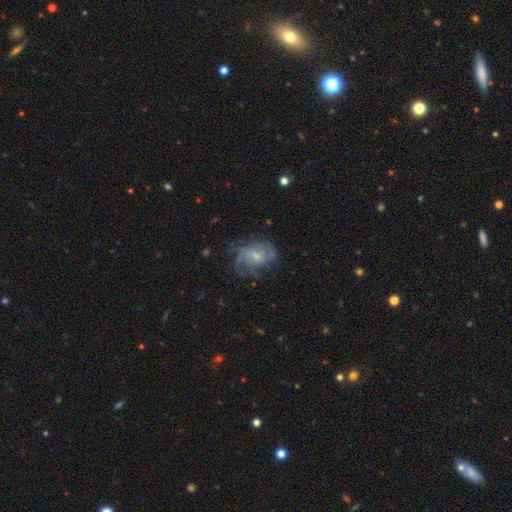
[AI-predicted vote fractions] Q: Smooth or featured?
A: featured or disk (75%); runner-up: smooth (17%)
Q: Edge-on disk?
A: no (97%); runner-up: yes (3%)
Q: Bar?
A: weak (47%); runner-up: no (44%)
Q: Spiral arms?
A: yes (85%); runner-up: no (15%)
Q: Spiral winding?
A: medium (44%); runner-up: tight (30%)
Q: Spiral arm count?
A: can't tell (37%); runner-up: 2 (28%)
Q: Bulge size?
A: small (56%); runner-up: moderate (35%)
Q: Merging?
A: none (53%); runner-up: minor disturbance (24%)